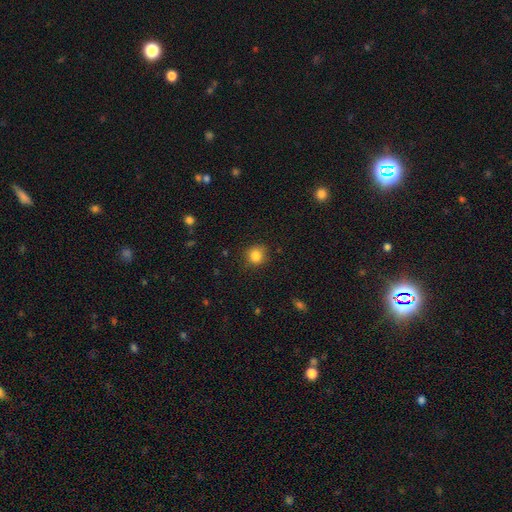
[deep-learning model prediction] A smooth galaxy with no disk features (85%) that is round (85%). Merging: none (84%).